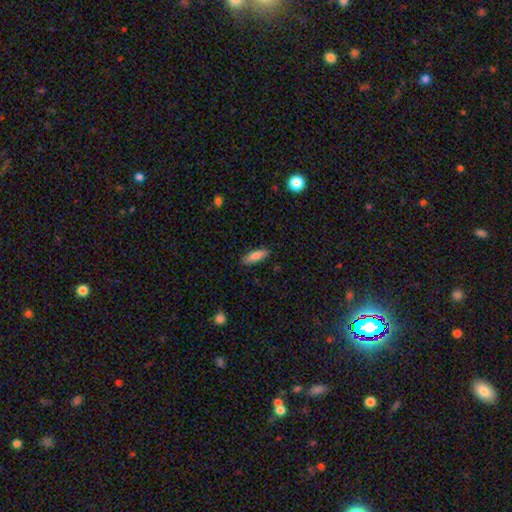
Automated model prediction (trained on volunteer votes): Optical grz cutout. It shows a smooth galaxy with no disk features (84%) that is in between round and cigar-shaped (58%). Merging: none (86%).